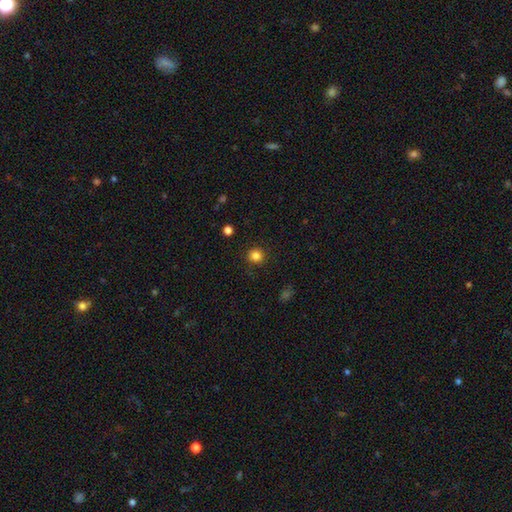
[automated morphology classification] Q: Smooth or featured?
A: smooth (84%); runner-up: star or artifact (12%)
Q: How rounded?
A: round (93%); runner-up: in between (6%)
Q: Merging?
A: none (90%); runner-up: minor disturbance (6%)